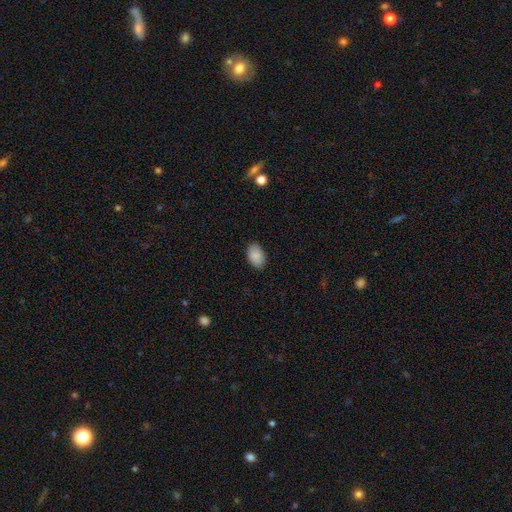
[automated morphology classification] smooth 89%, star or artifact 7%, featured or disk 3%. Down the decision tree: how rounded — in between (90%); merging — none (87%).